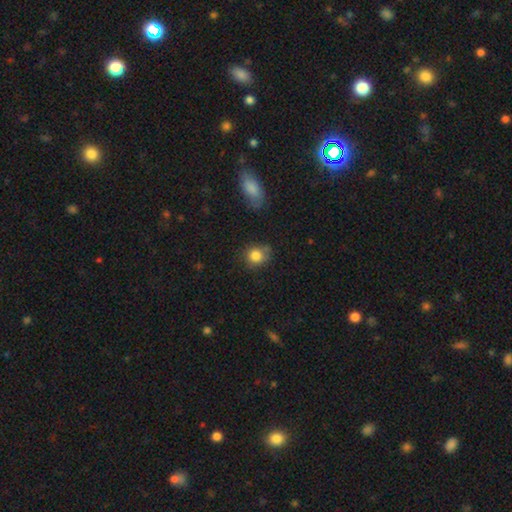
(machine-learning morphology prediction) A smooth galaxy with no disk features (82%) that is round (72%). Merging: none (63%).